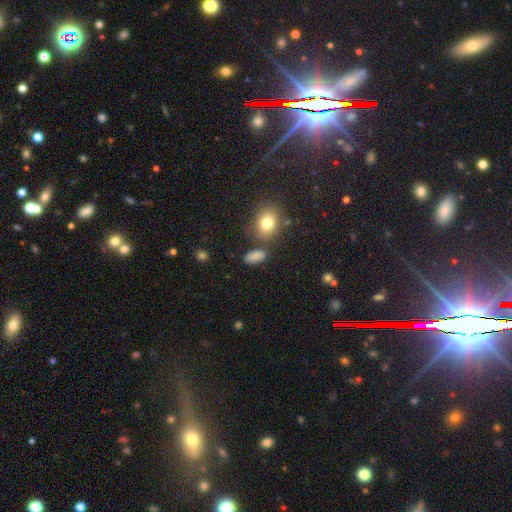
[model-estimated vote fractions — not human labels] Smooth or featured: smooth — 81% (star or artifact — 12%)
How rounded: in between — 85% (round — 8%)
Merging: none — 70% (minor disturbance — 16%)